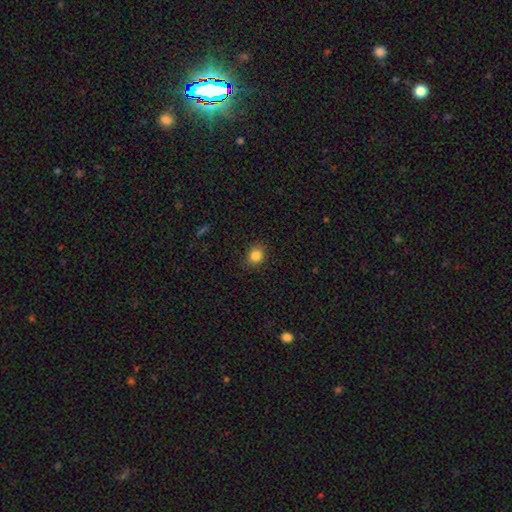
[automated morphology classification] Smooth or featured? smooth (84%)
How rounded? round (70%)
Merging? none (86%)